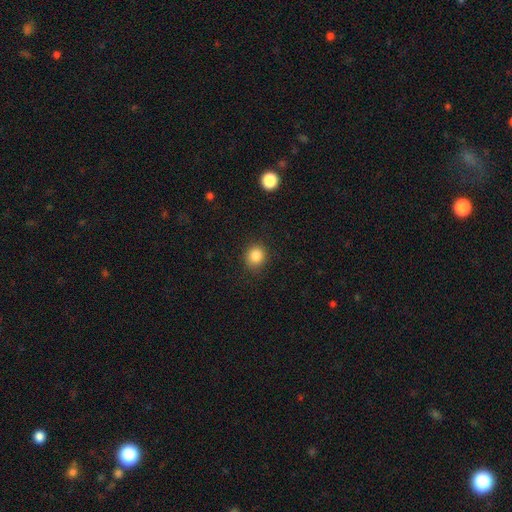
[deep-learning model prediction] A smooth galaxy with no disk features (84%) that is round (81%).

Vote fractions:
- Smooth or featured? smooth: 84% / star or artifact: 11% / featured or disk: 5%
- How rounded? round: 81% / in between: 18% / cigar-shaped: 1%
- Merging? none: 88% / minor disturbance: 8% / major disturbance: 3% / merger: 1%